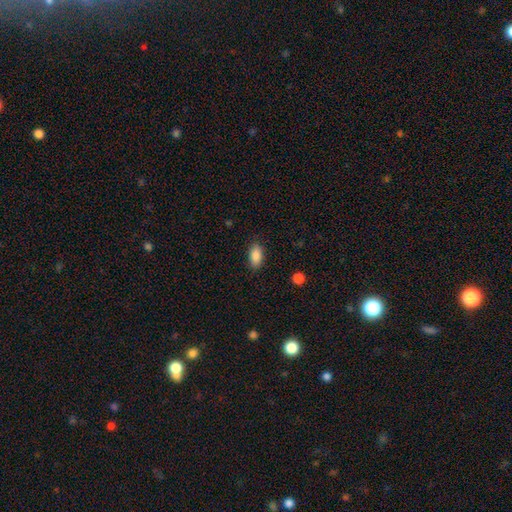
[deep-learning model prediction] Smooth or featured? Predicted: smooth (p=0.89). How rounded? Predicted: in between (p=0.91). Merging? Predicted: none (p=0.86).